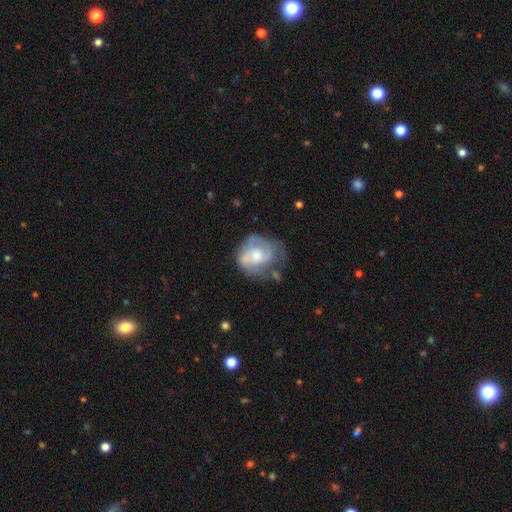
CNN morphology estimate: type=featured or disk (71%); edge-on=no (98%); bar=no (64%); spiral arms=yes (84%); winding=medium (45%); arm count=2 (60%); bulge=moderate (48%); merging=none (50%).